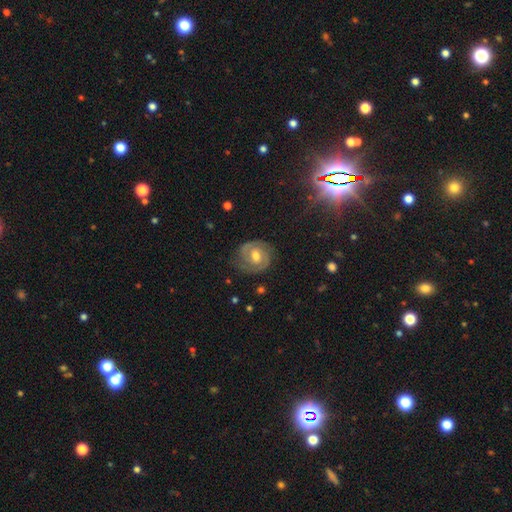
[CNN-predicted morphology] A featured or disk galaxy (77%) with a weak bar (45%), 2 (80%) tight (58%) spiral arms (92%) and a moderate central bulge (73%).

Vote fractions:
- Smooth or featured? featured or disk: 77% / smooth: 16% / star or artifact: 7%
- Edge-on disk? no: 97% / yes: 3%
- Bar? weak: 45% / no: 43% / strong: 11%
- Spiral arms? yes: 92% / no: 8%
- Spiral winding? tight: 58% / medium: 34% / loose: 8%
- Spiral arm count? 2: 80% / can't tell: 10% / 3: 3% / 1: 3% / 4: 1% / more than 4: 1%
- Bulge size? moderate: 73% / small: 16% / large: 9% / none: 2% / dominant: 1%
- Merging? none: 75% / minor disturbance: 17% / major disturbance: 6% / merger: 1%